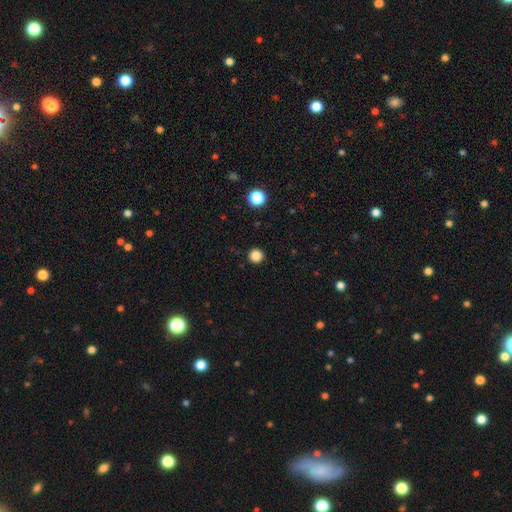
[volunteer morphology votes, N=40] This appears to be a smooth galaxy with no disk features (88%) that is round (100%). Merging: none (95%).